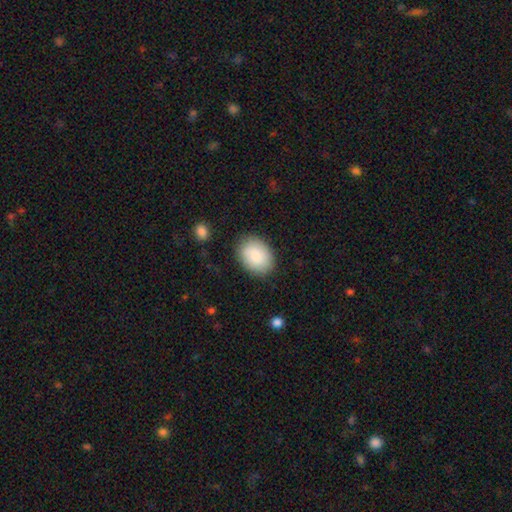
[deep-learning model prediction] This appears to be a smooth galaxy with no disk features (88%) that is in between round and cigar-shaped (74%). Merging: none (85%).